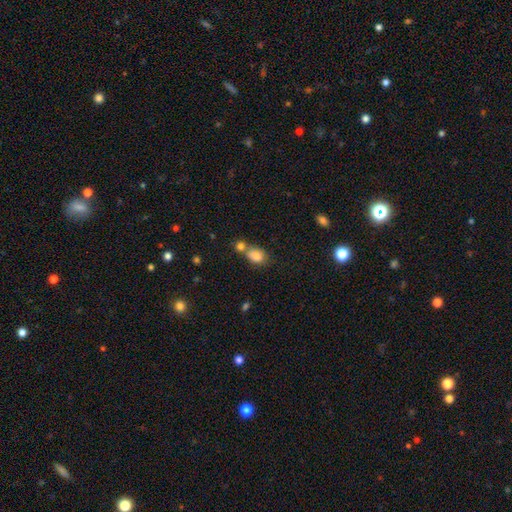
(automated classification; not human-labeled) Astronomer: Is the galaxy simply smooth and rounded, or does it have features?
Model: smooth — 83%.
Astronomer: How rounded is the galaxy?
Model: in between — 66%.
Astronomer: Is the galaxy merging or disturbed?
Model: merger — 44% (runner-up: none, 37%).